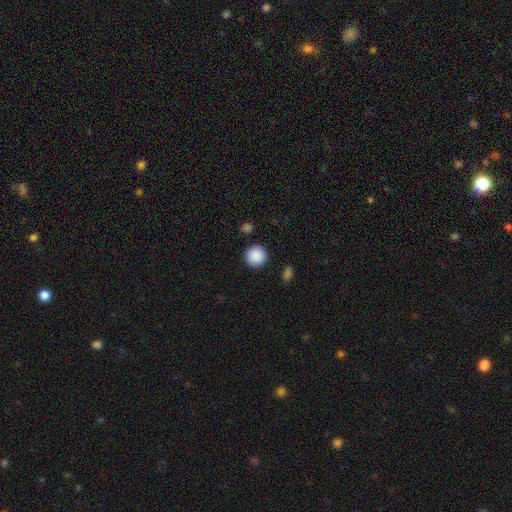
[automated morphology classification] This appears to be a smooth galaxy with no disk features (89%) that is round (95%). Merging: none (91%).